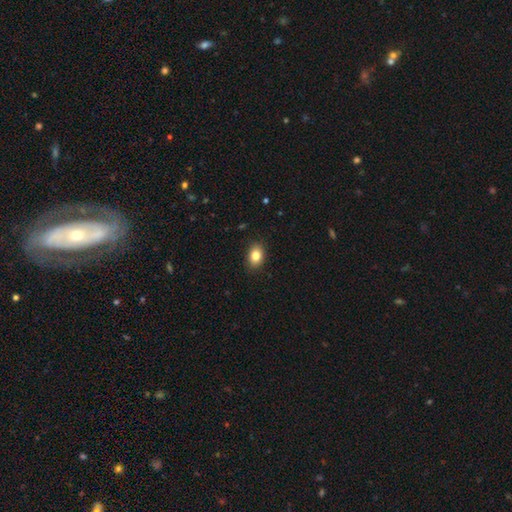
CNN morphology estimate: smooth 83%, star or artifact 9%, featured or disk 8%. Down the decision tree: how rounded — in between (76%); merging — none (88%).